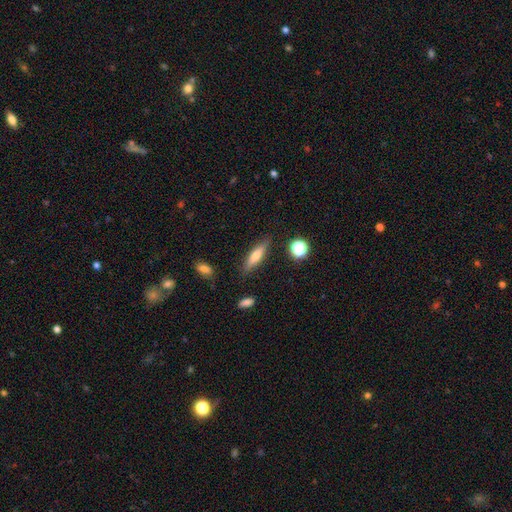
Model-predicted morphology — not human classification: Q: Smooth or featured?
A: smooth (59%); runner-up: featured or disk (32%)
Q: How rounded?
A: cigar-shaped (75%); runner-up: in between (23%)
Q: Merging?
A: none (85%); runner-up: minor disturbance (10%)